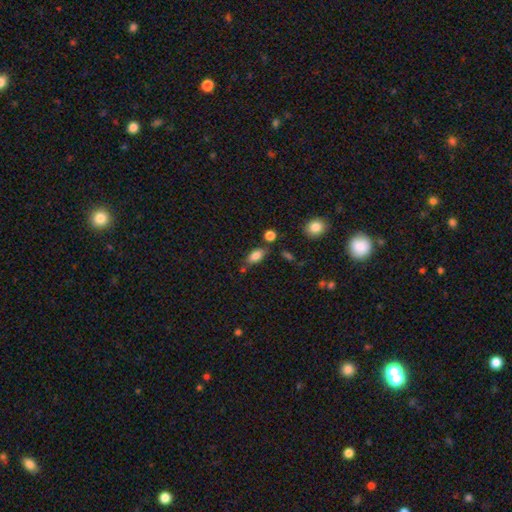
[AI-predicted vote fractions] smooth_or_featured: smooth (p=0.83) [alt: star or artifact p=0.09]
how_rounded: in between (p=0.88) [alt: cigar-shaped p=0.06]
merging: none (p=0.69) [alt: minor disturbance p=0.16]